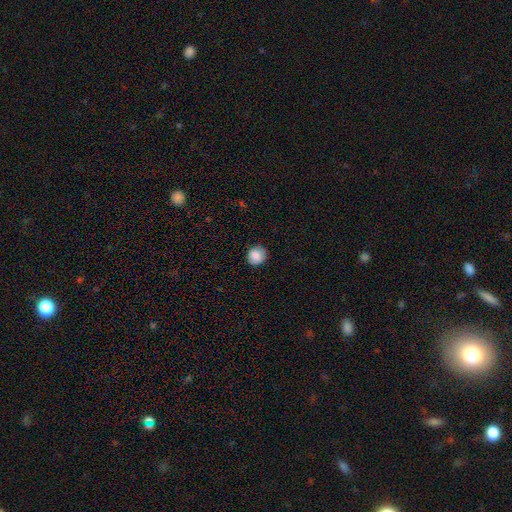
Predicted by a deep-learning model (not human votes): smooth 86%, star or artifact 9%, featured or disk 5%. Down the decision tree: how rounded — round (88%); merging — none (85%).